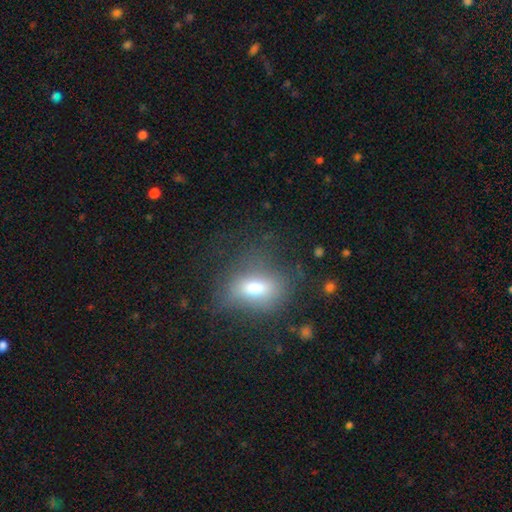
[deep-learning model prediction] smooth-or-featured: smooth: 59% | featured or disk: 23% | star or artifact: 19%
  how-rounded: in between: 75% | round: 16% | cigar-shaped: 10%
  merging: none: 65% | minor disturbance: 20% | major disturbance: 12% | merger: 3%